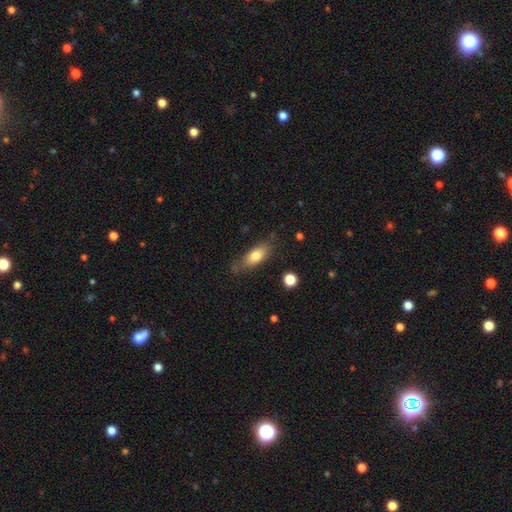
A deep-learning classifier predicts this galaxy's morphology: A smooth galaxy with no disk features (76%) that is in between round and cigar-shaped (76%).

Vote fractions:
- Smooth or featured? smooth: 76% / featured or disk: 17% / star or artifact: 7%
- How rounded? in between: 76% / cigar-shaped: 20% / round: 3%
- Merging? none: 68% / minor disturbance: 22% / major disturbance: 6% / merger: 3%